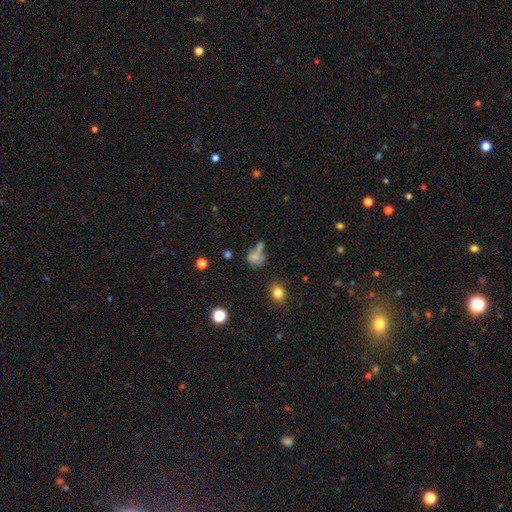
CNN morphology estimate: smooth 63%, star or artifact 19%, featured or disk 18%. Down the decision tree: how rounded — round (50%); merging — merger (34%, tied with none).